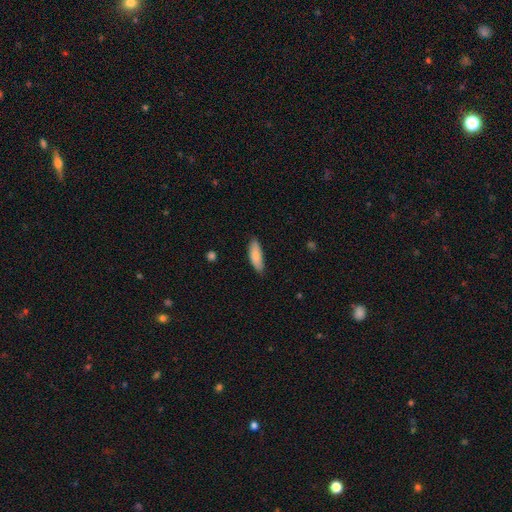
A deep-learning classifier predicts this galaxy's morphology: This is clearly a smooth galaxy (82%). How rounded: likely in between (62%). Merging: clearly none (83%).